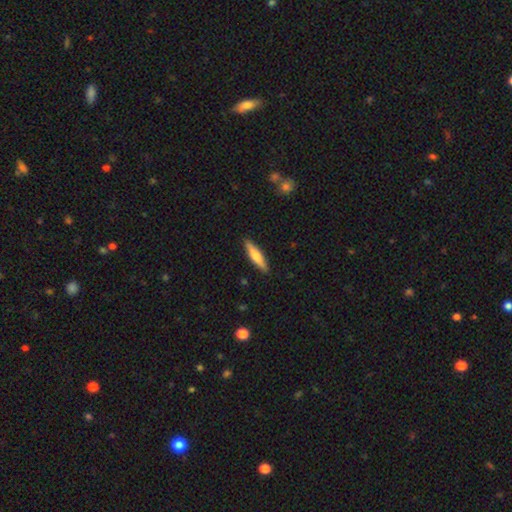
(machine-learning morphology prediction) Smooth or featured? Predicted: smooth (p=0.57). How rounded? Predicted: cigar-shaped (p=0.81). Merging? Predicted: none (p=0.90).